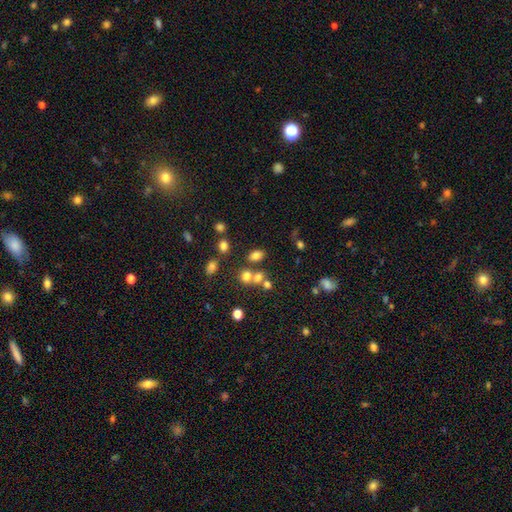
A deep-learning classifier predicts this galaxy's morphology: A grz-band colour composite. It shows a smooth galaxy with no disk features (74%) that is in between round and cigar-shaped (76%). Merging: none (64%).